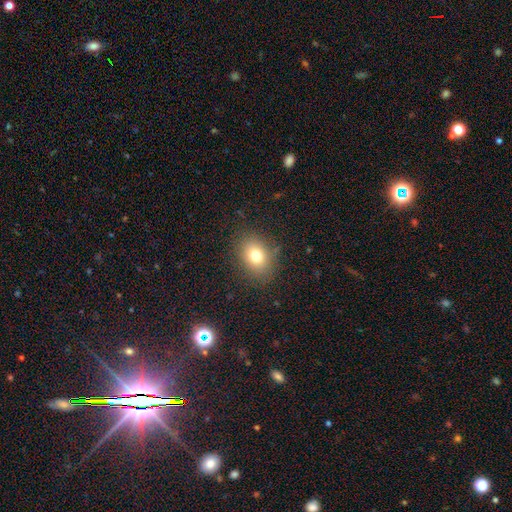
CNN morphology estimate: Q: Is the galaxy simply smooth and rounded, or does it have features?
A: smooth — 76%.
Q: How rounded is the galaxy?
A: in between — 55%.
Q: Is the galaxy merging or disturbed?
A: none — 84%.